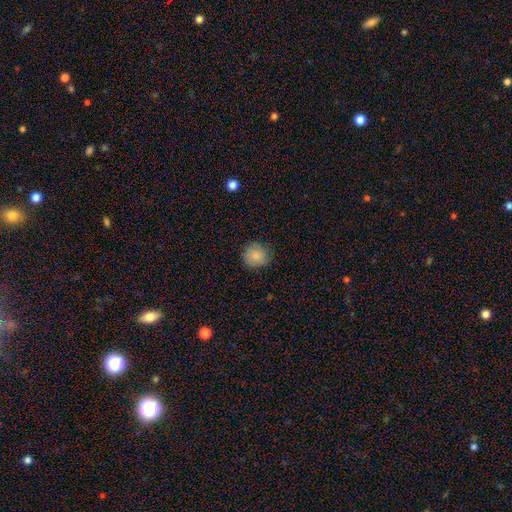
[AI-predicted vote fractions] Smooth or featured?
  - smooth: 86% *
  - star or artifact: 8%
  - featured or disk: 5%
How rounded?
  - round: 90% *
  - in between: 9%
  - cigar-shaped: 1%
Merging?
  - none: 81% *
  - minor disturbance: 14%
  - major disturbance: 3%
  - merger: 1%